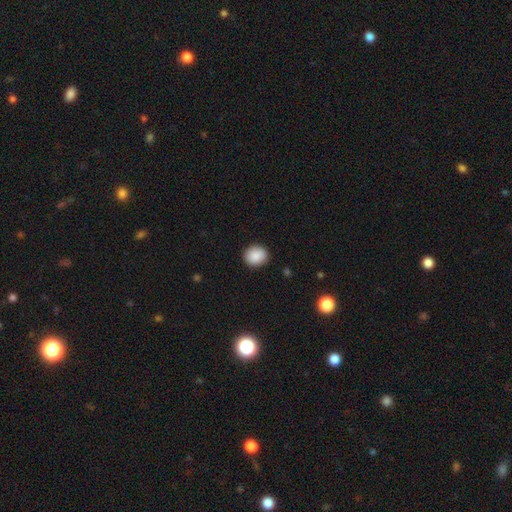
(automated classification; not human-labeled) Smooth or featured? Predicted: smooth (p=0.89). How rounded? Predicted: round (p=0.76). Merging? Predicted: none (p=0.89).